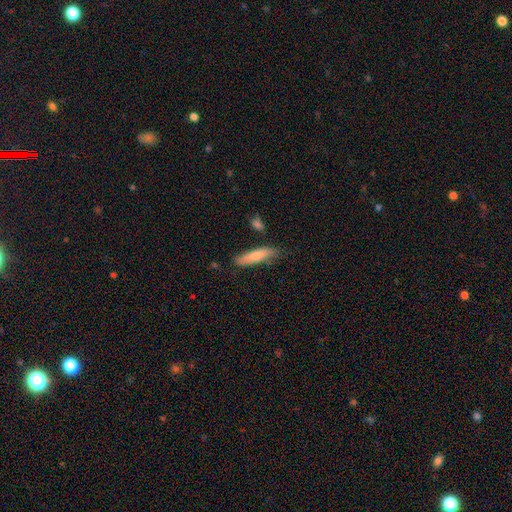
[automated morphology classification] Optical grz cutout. It shows a smooth galaxy with no disk features (76%) that is cigar-shaped (71%). Merging: none (75%).